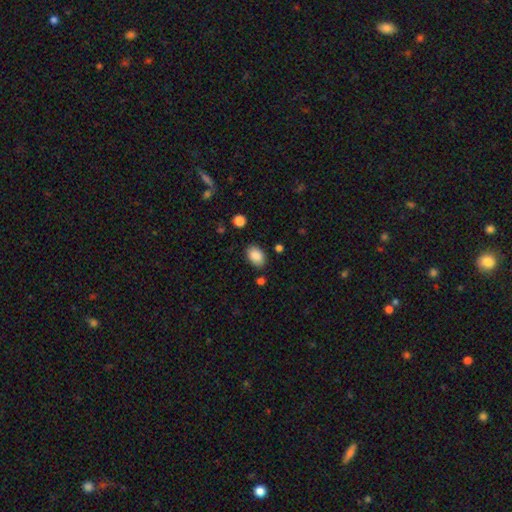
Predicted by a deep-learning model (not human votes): This is clearly a smooth galaxy (88%). How rounded: clearly in between (88%). Merging: clearly none (83%).